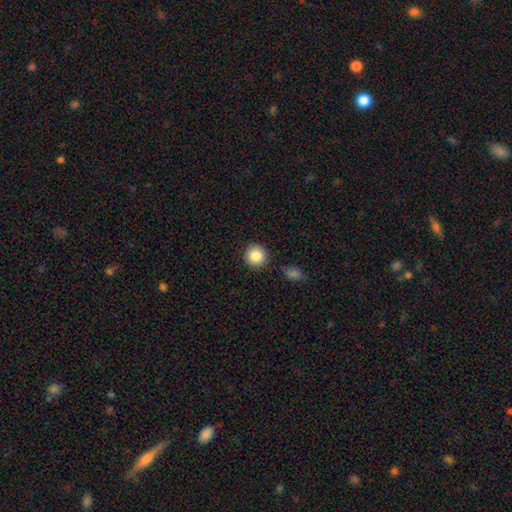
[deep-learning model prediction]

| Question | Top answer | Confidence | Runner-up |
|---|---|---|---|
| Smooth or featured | smooth | 87% | star or artifact (9%) |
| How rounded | round | 93% | in between (6%) |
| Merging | none | 87% | minor disturbance (7%) |